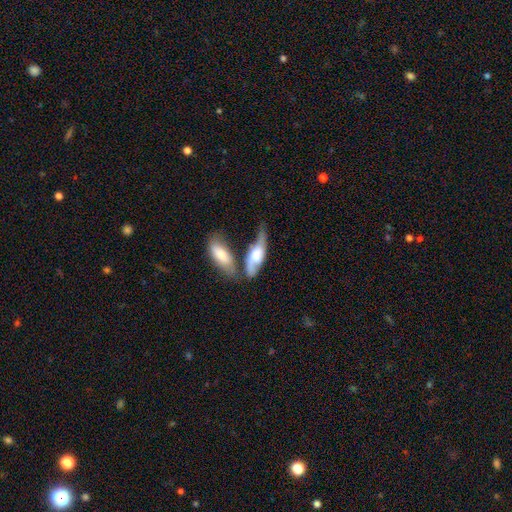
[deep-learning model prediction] A smooth galaxy with no disk features (50%) that is in between round and cigar-shaped (63%). Merging: merger (37%).